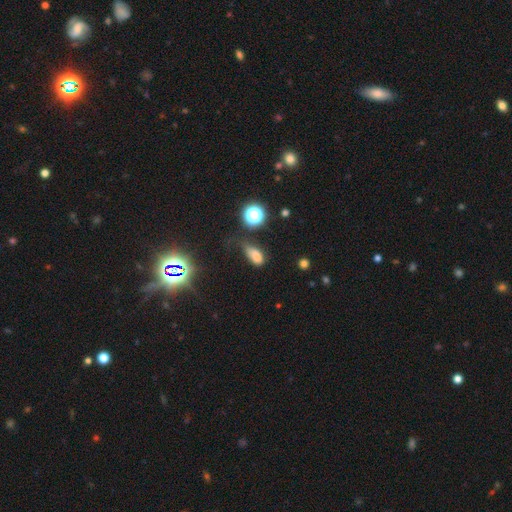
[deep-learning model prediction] Smooth or featured? smooth (72%)
How rounded? in between (83%)
Merging? minor disturbance (34%)